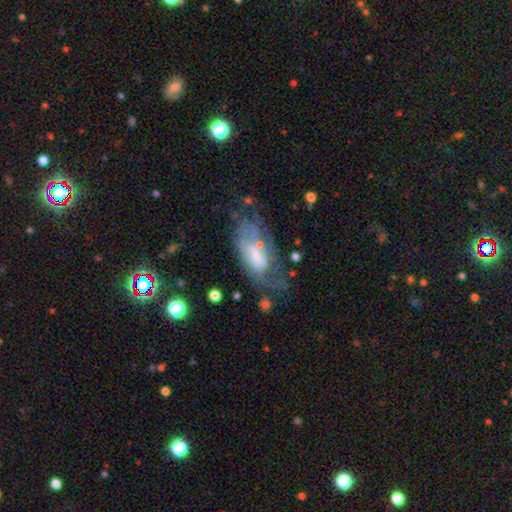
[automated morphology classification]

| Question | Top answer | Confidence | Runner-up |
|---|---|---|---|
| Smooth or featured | featured or disk | 65% | smooth (27%) |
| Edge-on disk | no | 92% | yes (8%) |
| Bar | no | 54% | weak (37%) |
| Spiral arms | yes | 65% | no (35%) |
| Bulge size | small | 43% | moderate (35%) |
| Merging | none | 39% | major disturbance (29%) |